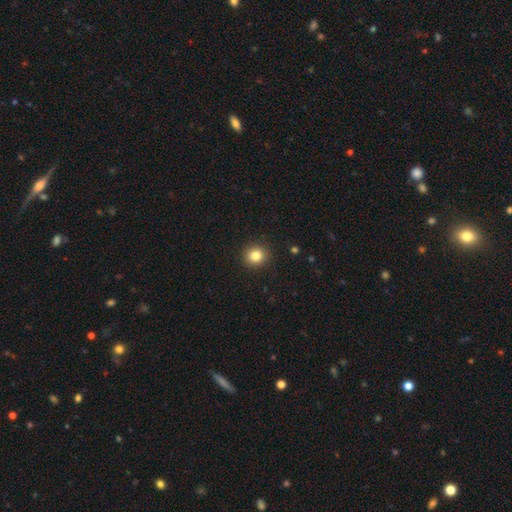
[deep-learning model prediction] A smooth galaxy with no disk features (82%) that is round (90%). Merging: none (92%).